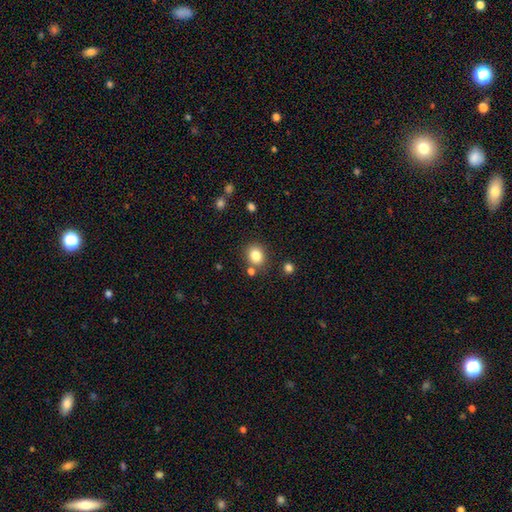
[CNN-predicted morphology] This appears to be a smooth galaxy with no disk features (83%) that is round (71%). Merging: none (79%).